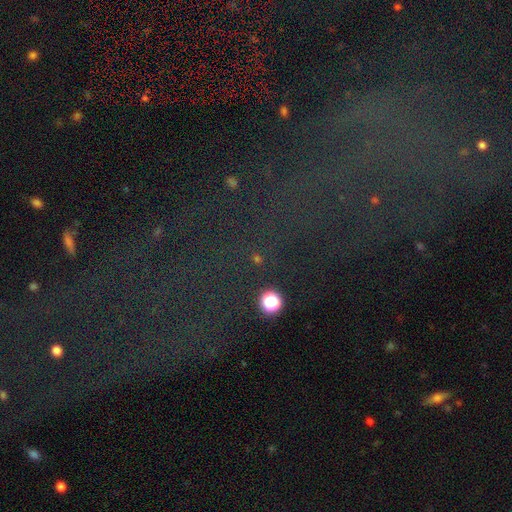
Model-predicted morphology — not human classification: Q: Smooth or featured?
A: star or artifact (73%); runner-up: featured or disk (14%)